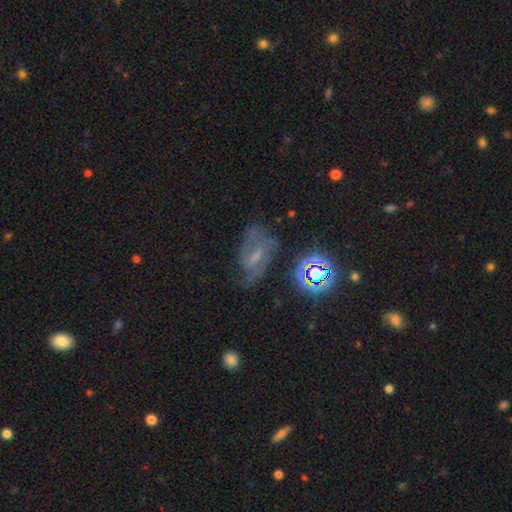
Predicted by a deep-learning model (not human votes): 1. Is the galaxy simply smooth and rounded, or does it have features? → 55% featured or disk, 24% star or artifact, 22% smooth.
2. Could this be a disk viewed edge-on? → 93% no, 7% yes.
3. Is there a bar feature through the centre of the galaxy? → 48% weak, 26% no, 26% strong.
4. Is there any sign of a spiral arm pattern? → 81% yes, 19% no.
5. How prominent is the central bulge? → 49% small, 29% moderate, 18% none, 3% large, 1% dominant.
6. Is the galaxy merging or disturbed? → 57% none, 23% minor disturbance, 17% major disturbance, 3% merger.